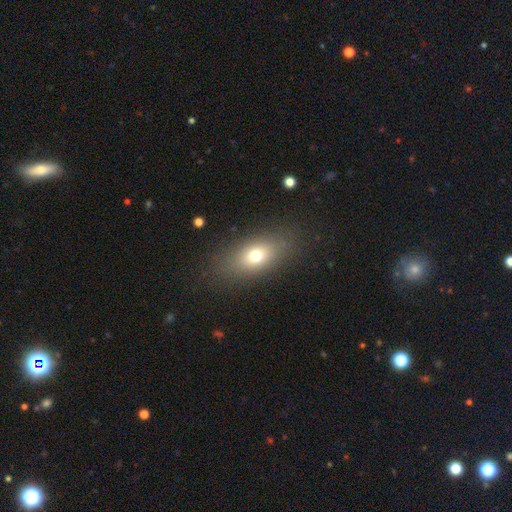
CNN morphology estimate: This is likely a smooth galaxy (70%). How rounded: likely in between (79%). Merging: clearly none (83%).